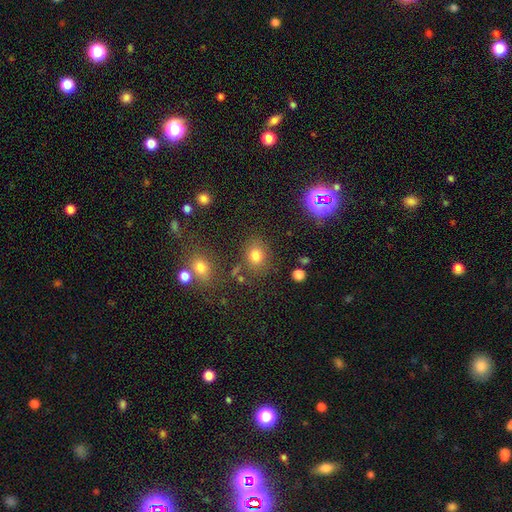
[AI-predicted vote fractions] Smooth or featured?
  - smooth: 76% *
  - star or artifact: 16%
  - featured or disk: 8%
How rounded?
  - round: 62% *
  - in between: 37%
  - cigar-shaped: 1%
Merging?
  - none: 74% *
  - minor disturbance: 13%
  - merger: 7%
  - major disturbance: 5%